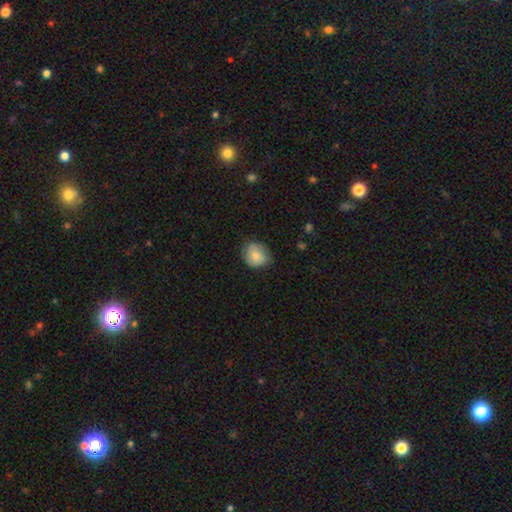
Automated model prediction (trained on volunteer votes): Overall: smooth (80%). How rounded: round (70%). Merging: none (69%).